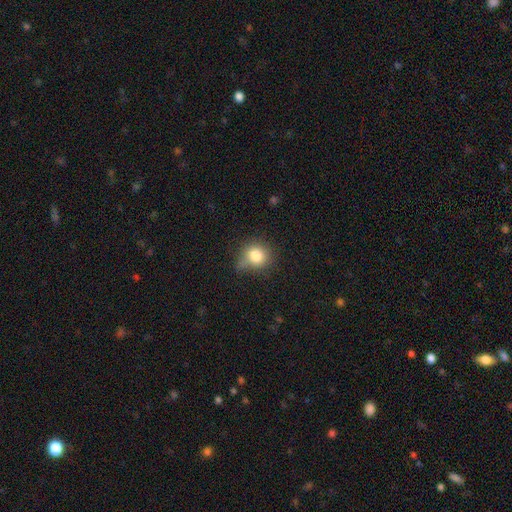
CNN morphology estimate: A smooth galaxy with no disk features (81%) that is round (79%).

Vote fractions:
- Smooth or featured? smooth: 81% / star or artifact: 11% / featured or disk: 9%
- How rounded? round: 79% / in between: 19% / cigar-shaped: 1%
- Merging? none: 58% / minor disturbance: 28% / major disturbance: 8% / merger: 6%